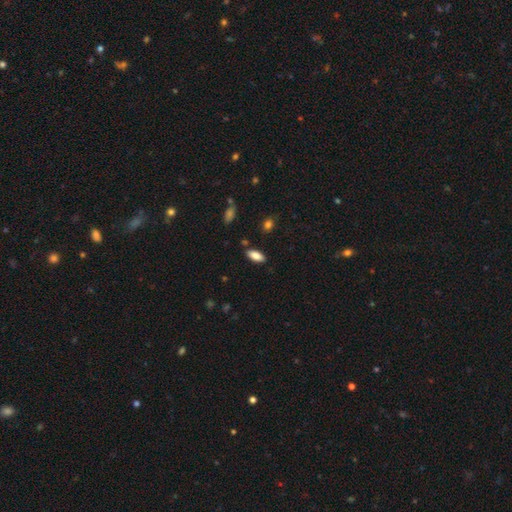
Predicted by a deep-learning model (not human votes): Smooth or featured? smooth (84%)
How rounded? in between (84%)
Merging? none (85%)